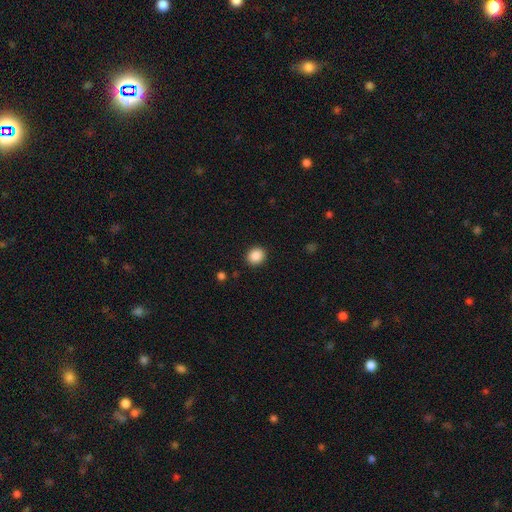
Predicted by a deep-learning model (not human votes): smooth 88%, star or artifact 9%, featured or disk 3%. Down the decision tree: how rounded — round (76%); merging — none (91%).